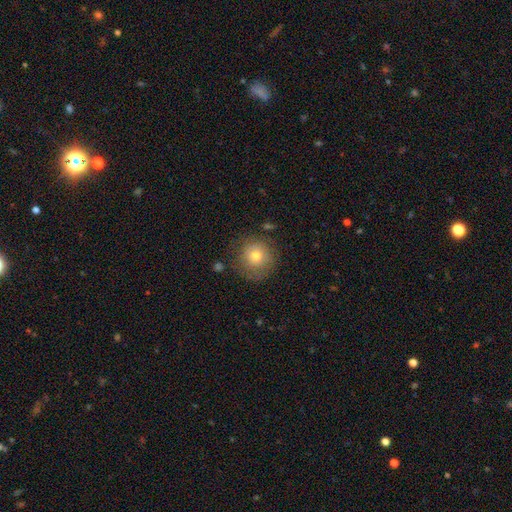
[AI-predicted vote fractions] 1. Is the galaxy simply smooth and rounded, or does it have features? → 72% smooth, 17% featured or disk, 11% star or artifact.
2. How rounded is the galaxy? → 93% round, 6% in between, 1% cigar-shaped.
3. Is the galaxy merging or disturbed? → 76% none, 15% minor disturbance, 6% major disturbance, 2% merger.